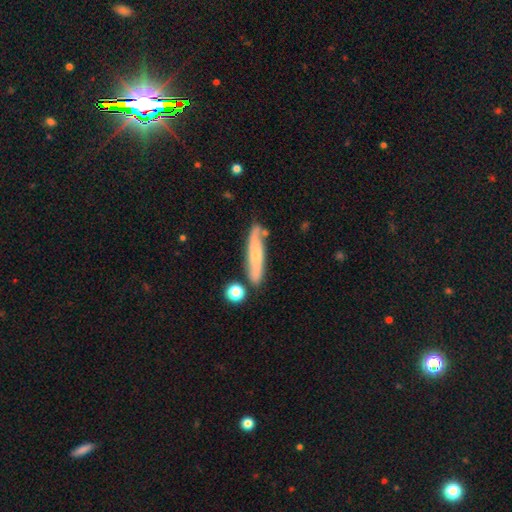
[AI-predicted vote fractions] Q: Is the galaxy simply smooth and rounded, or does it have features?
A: featured or disk — 47%, tied with smooth.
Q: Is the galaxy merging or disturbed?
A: none — 71%.